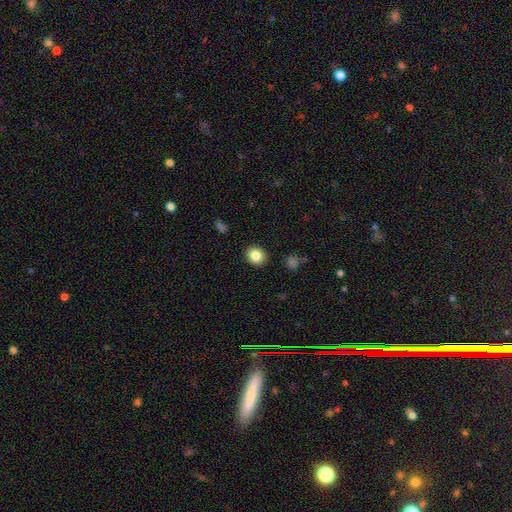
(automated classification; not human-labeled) Q: Smooth or featured?
A: smooth (85%); runner-up: star or artifact (10%)
Q: How rounded?
A: round (76%); runner-up: in between (23%)
Q: Merging?
A: none (91%); runner-up: minor disturbance (6%)